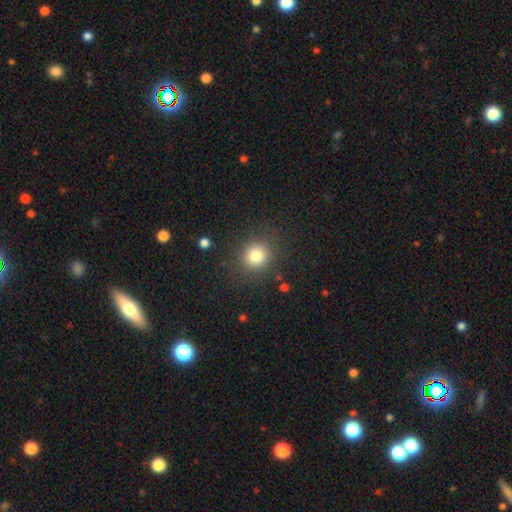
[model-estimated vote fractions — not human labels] This is likely a smooth galaxy (80%). How rounded: clearly round (87%). Merging: clearly none (86%).